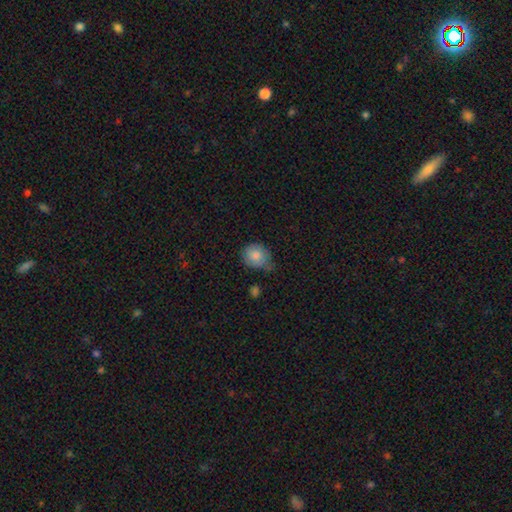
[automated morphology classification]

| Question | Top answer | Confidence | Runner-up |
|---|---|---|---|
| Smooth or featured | smooth | 82% | featured or disk (10%) |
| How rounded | round | 70% | in between (29%) |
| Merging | none | 51% | minor disturbance (37%) |